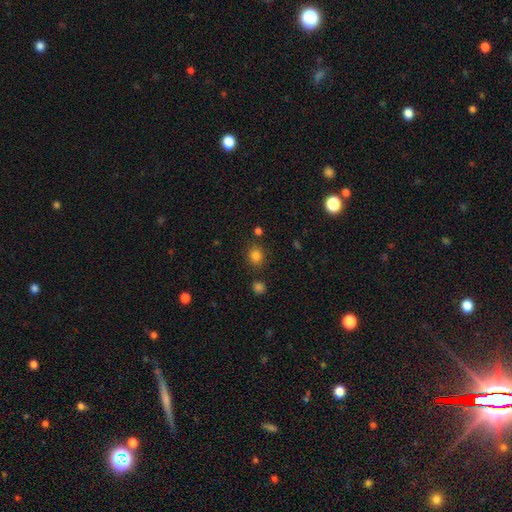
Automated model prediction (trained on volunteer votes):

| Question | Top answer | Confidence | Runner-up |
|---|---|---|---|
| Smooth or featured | smooth | 82% | star or artifact (13%) |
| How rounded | round | 71% | in between (28%) |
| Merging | none | 82% | minor disturbance (10%) |